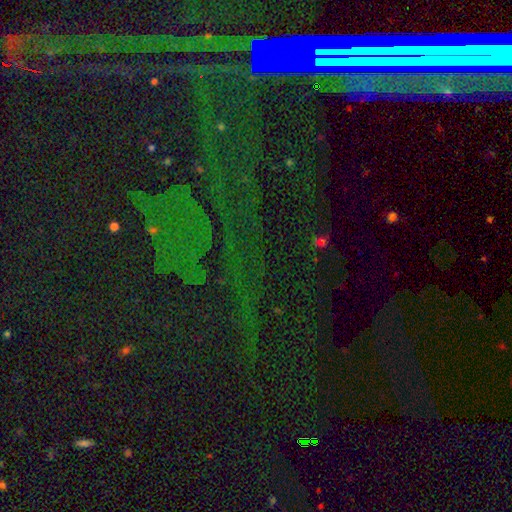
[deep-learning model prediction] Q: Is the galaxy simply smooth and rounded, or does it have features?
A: star or artifact — 78%.